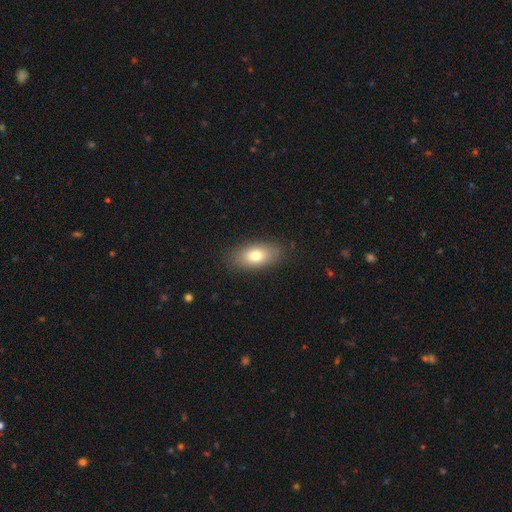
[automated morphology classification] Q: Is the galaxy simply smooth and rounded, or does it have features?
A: smooth — 76%.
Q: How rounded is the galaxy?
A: in between — 89%.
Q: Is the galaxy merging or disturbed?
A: none — 85%.